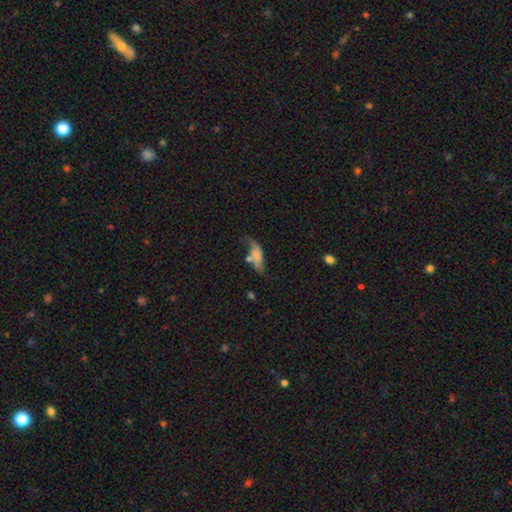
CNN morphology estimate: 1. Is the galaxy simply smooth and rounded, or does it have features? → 49% smooth, 42% featured or disk, 9% star or artifact.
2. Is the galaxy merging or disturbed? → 39% none, 26% minor disturbance, 18% major disturbance, 16% merger.